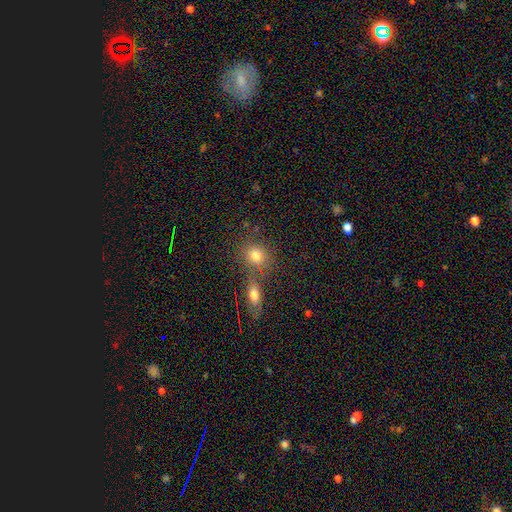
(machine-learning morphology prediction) A smooth galaxy with no disk features (77%) that is round (70%).

Vote fractions:
- Smooth or featured? smooth: 77% / star or artifact: 13% / featured or disk: 10%
- How rounded? round: 70% / in between: 28% / cigar-shaped: 2%
- Merging? none: 59% / merger: 27% / minor disturbance: 10% / major disturbance: 4%